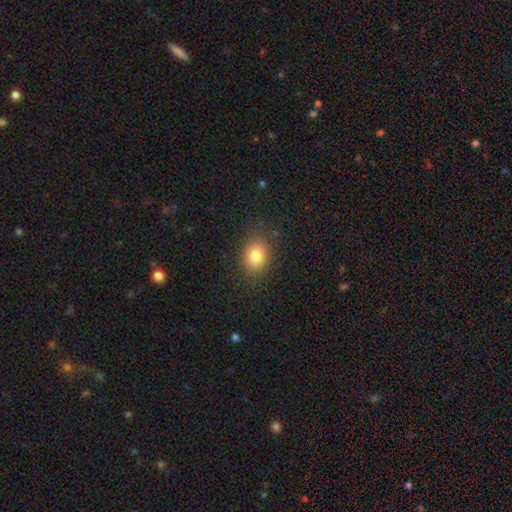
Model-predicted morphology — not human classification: Smooth or featured?
  - smooth: 82% *
  - star or artifact: 11%
  - featured or disk: 8%
How rounded?
  - in between: 56% *
  - round: 43%
  - cigar-shaped: 1%
Merging?
  - none: 85% *
  - minor disturbance: 10%
  - major disturbance: 4%
  - merger: 1%